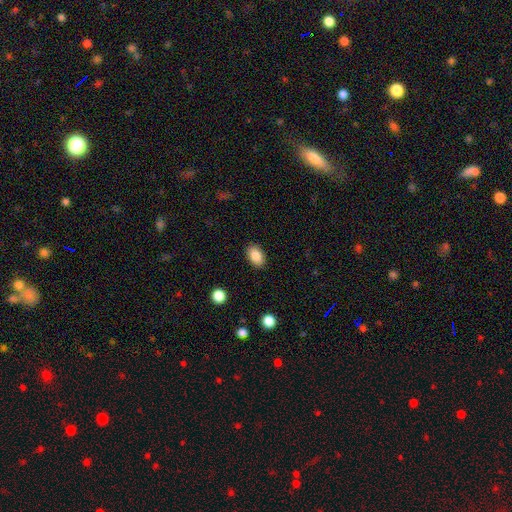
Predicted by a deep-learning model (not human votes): Morphology: type=smooth (86%); roundness=in between (89%); merging=none (88%).